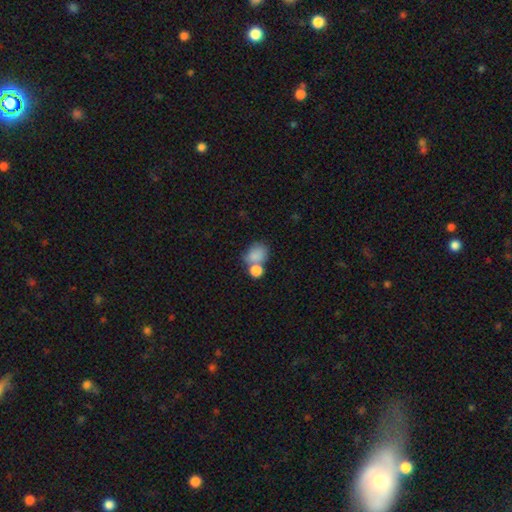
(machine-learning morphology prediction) Smooth or featured?
  - smooth: 81% *
  - featured or disk: 10%
  - star or artifact: 10%
How rounded?
  - in between: 54% *
  - round: 44%
  - cigar-shaped: 1%
Merging?
  - merger: 43% *
  - none: 36%
  - minor disturbance: 13%
  - major disturbance: 8%